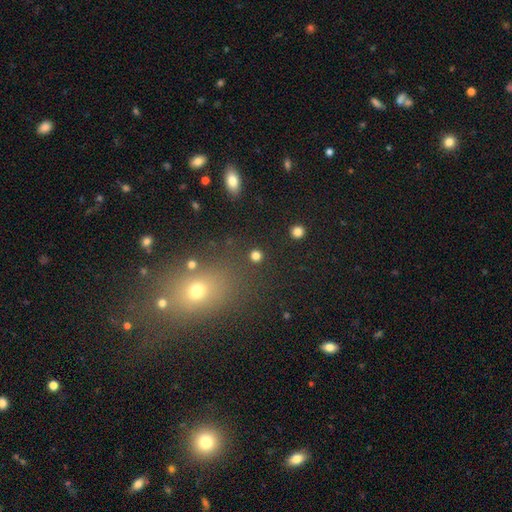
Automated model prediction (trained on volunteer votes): A smooth galaxy with no disk features (79%) that is round (90%). Merging: none (88%).